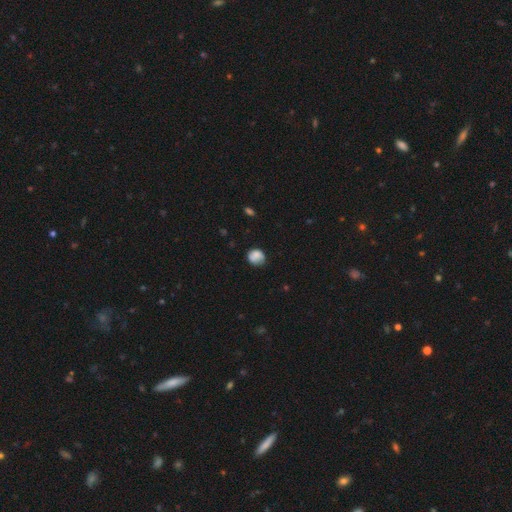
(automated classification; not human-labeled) Q: Smooth or featured?
A: smooth (78%); runner-up: featured or disk (14%)
Q: How rounded?
A: round (75%); runner-up: in between (24%)
Q: Merging?
A: none (58%); runner-up: minor disturbance (29%)